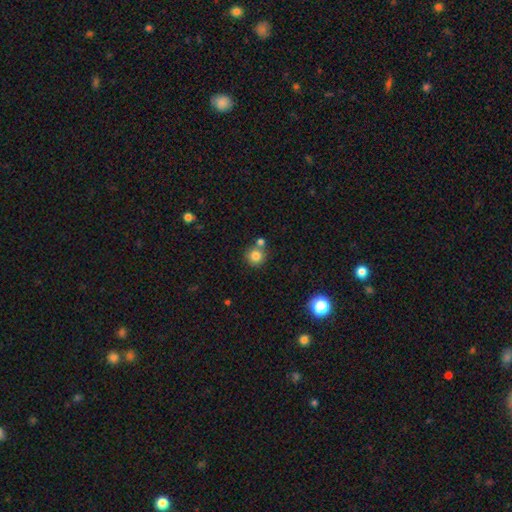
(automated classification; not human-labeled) Smooth or featured? Predicted: smooth (p=0.81). How rounded? Predicted: round (p=0.92). Merging? Predicted: none (p=0.66).